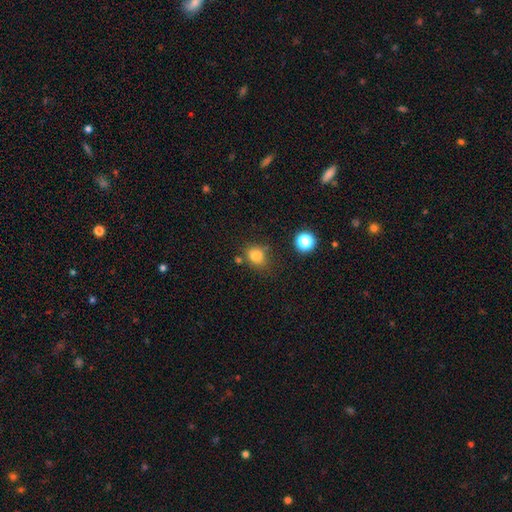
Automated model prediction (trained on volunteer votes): Smooth or featured?
  - smooth: 80% *
  - star or artifact: 13%
  - featured or disk: 7%
How rounded?
  - round: 58% *
  - in between: 41%
  - cigar-shaped: 1%
Merging?
  - none: 67% *
  - minor disturbance: 18%
  - merger: 10%
  - major disturbance: 5%